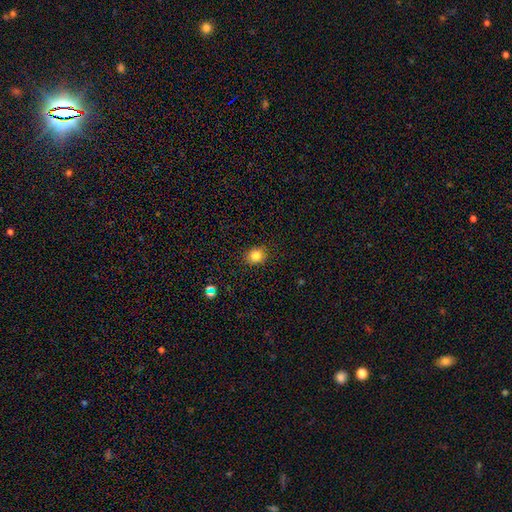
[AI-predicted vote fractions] A smooth galaxy with no disk features (83%) that is round (69%).

Vote fractions:
- Smooth or featured? smooth: 83% / star or artifact: 11% / featured or disk: 5%
- How rounded? round: 69% / in between: 30% / cigar-shaped: 1%
- Merging? none: 89% / minor disturbance: 8% / major disturbance: 2% / merger: 1%